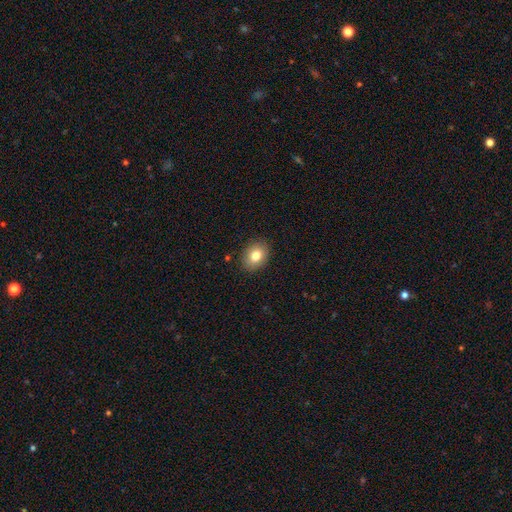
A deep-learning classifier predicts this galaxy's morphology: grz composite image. It shows a smooth galaxy with no disk features (81%) that is in between round and cigar-shaped (60%). Merging: none (89%).